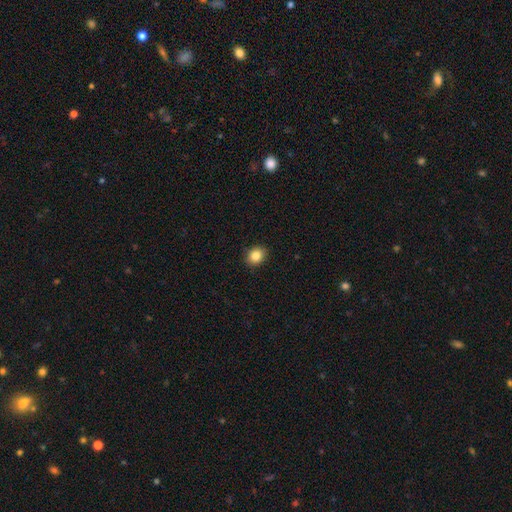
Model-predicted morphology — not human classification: This is clearly a smooth galaxy (86%). How rounded: possibly round (59%). Merging: clearly none (90%).